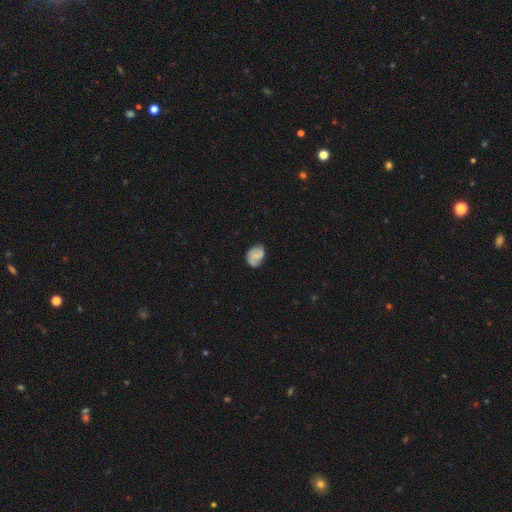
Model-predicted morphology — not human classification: A smooth galaxy with no disk features (54%) that is in between round and cigar-shaped (65%). Merging: none (67%).